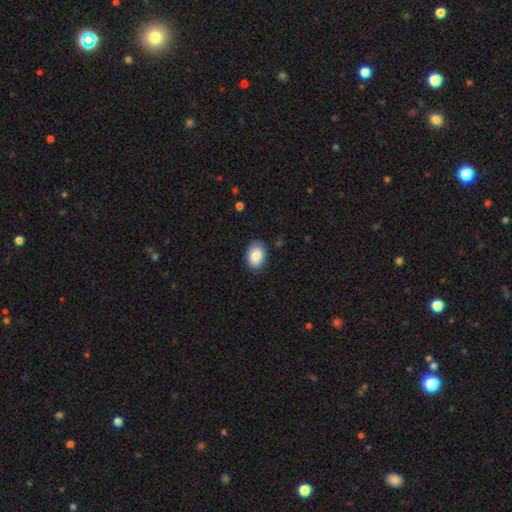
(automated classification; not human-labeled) smooth 86%, featured or disk 7%, star or artifact 7%. Down the decision tree: how rounded — in between (83%); merging — none (82%).